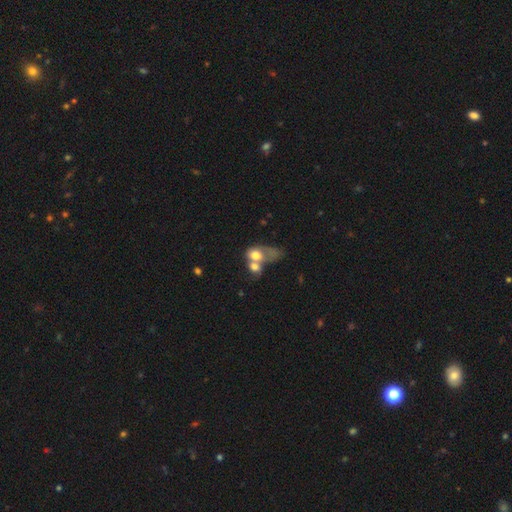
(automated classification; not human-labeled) smooth_or_featured: smooth (p=0.63) [alt: featured or disk p=0.27]
how_rounded: in between (p=0.65) [alt: round p=0.33]
merging: merger (p=0.69) [alt: major disturbance p=0.13]